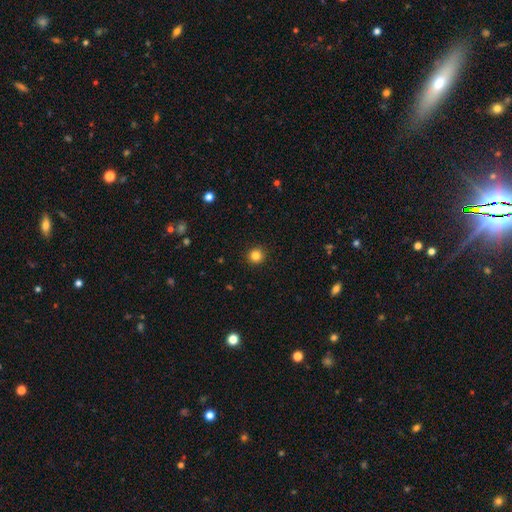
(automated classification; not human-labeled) This appears to be a smooth galaxy with no disk features (83%) that is round (94%). Merging: none (93%).